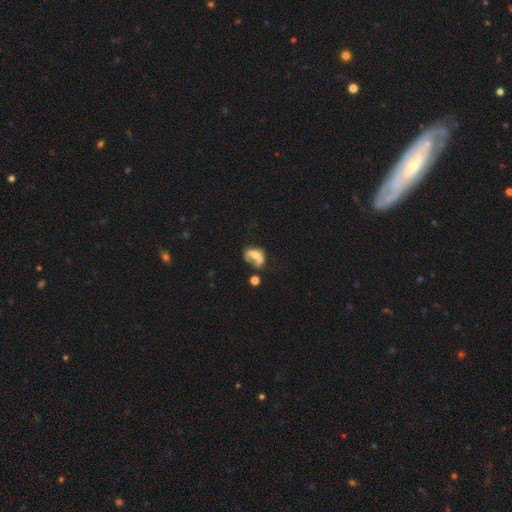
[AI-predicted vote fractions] Q: Smooth or featured?
A: smooth (50%); runner-up: featured or disk (38%)
Q: Merging?
A: merger (43%); runner-up: major disturbance (23%)